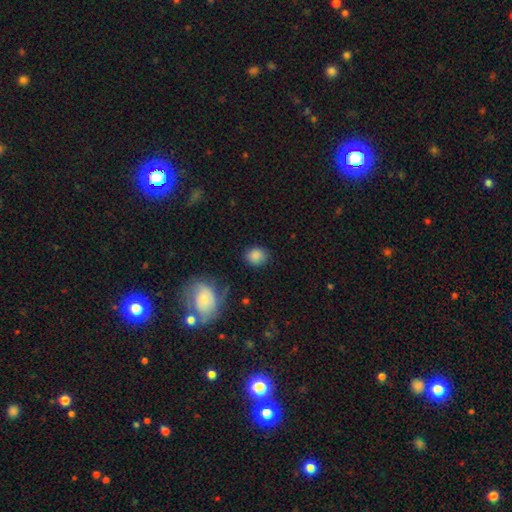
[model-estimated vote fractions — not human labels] smooth 85%, star or artifact 10%, featured or disk 5%. Down the decision tree: how rounded — round (70%); merging — none (84%).